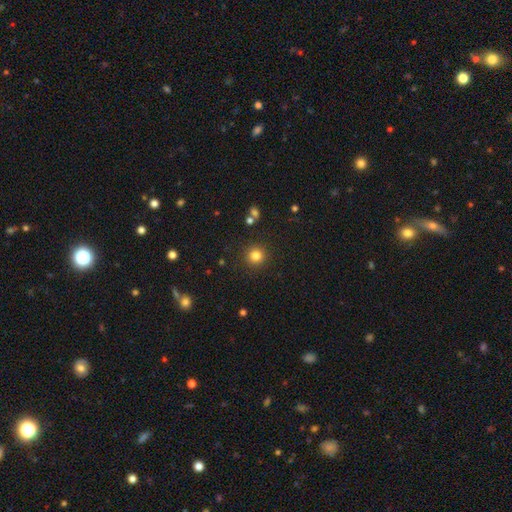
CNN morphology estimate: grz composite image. It shows a smooth galaxy with no disk features (82%) that is round (94%). Merging: none (90%).